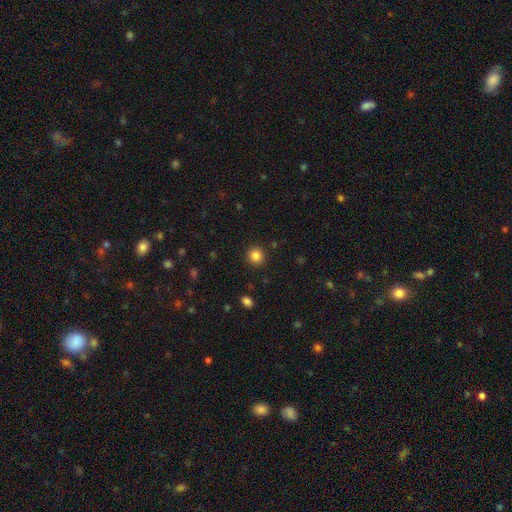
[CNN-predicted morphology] A smooth galaxy with no disk features (84%) that is round (92%). Merging: none (91%).